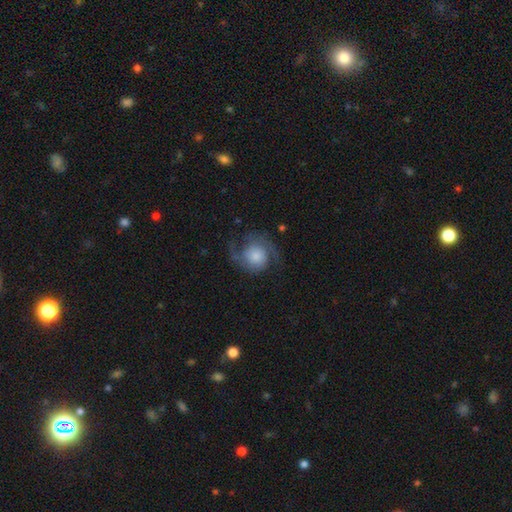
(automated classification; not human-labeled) Smooth or featured? Predicted: featured or disk (p=0.71). Edge-on disk? Predicted: no (p=0.98). Bar? Predicted: no (p=0.77). Spiral arms? Predicted: yes (p=0.94). Spiral winding? Predicted: medium (p=0.46). Spiral arm count? Predicted: 2 (p=0.90). Bulge size? Predicted: large (p=0.36). Merging? Predicted: none (p=0.67).